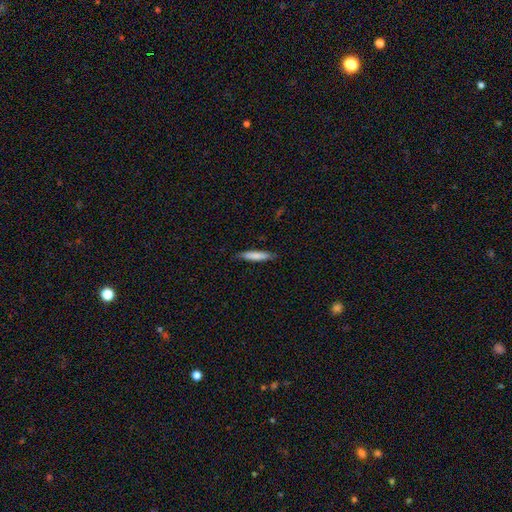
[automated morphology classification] smooth-or-featured: smooth: 78% | featured or disk: 17% | star or artifact: 6%
  how-rounded: cigar-shaped: 89% | in between: 10% | round: 1%
  merging: none: 86% | minor disturbance: 11% | major disturbance: 2% | merger: 1%